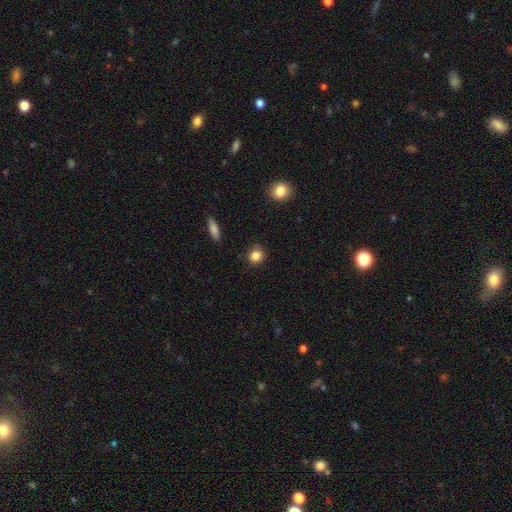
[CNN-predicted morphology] Q: Smooth or featured?
A: smooth (85%); runner-up: star or artifact (10%)
Q: How rounded?
A: round (84%); runner-up: in between (15%)
Q: Merging?
A: none (86%); runner-up: minor disturbance (11%)